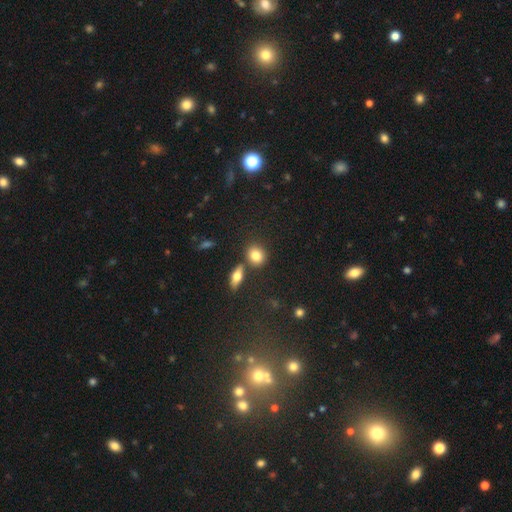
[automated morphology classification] Q: Smooth or featured?
A: smooth (81%); runner-up: featured or disk (10%)
Q: How rounded?
A: round (66%); runner-up: in between (31%)
Q: Merging?
A: none (71%); runner-up: merger (16%)